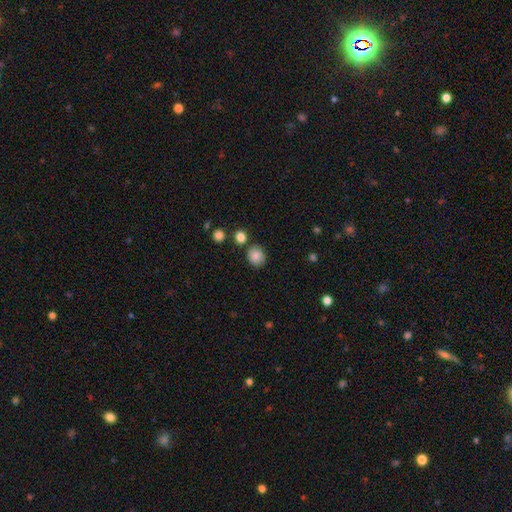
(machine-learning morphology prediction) Q: Smooth or featured?
A: smooth (85%); runner-up: star or artifact (10%)
Q: How rounded?
A: round (73%); runner-up: in between (26%)
Q: Merging?
A: none (81%); runner-up: minor disturbance (11%)